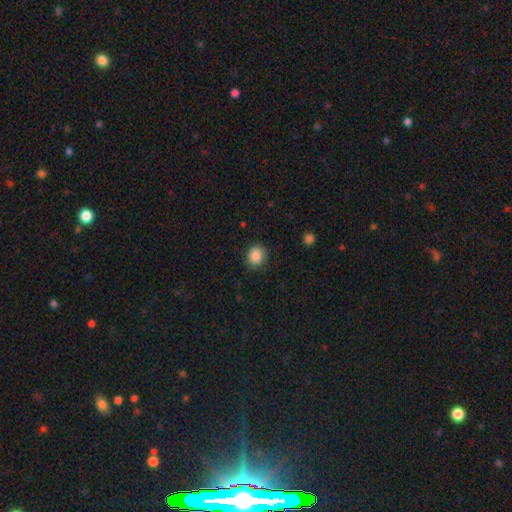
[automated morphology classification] A smooth galaxy with no disk features (88%) that is round (82%).

Vote fractions:
- Smooth or featured? smooth: 88% / star or artifact: 9% / featured or disk: 3%
- How rounded? round: 82% / in between: 17% / cigar-shaped: 1%
- Merging? none: 86% / minor disturbance: 10% / major disturbance: 3% / merger: 1%